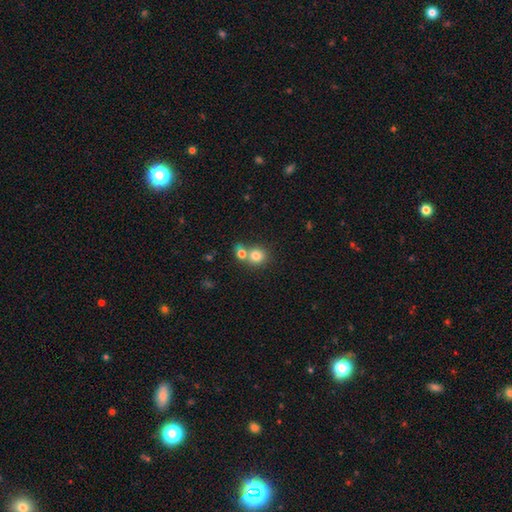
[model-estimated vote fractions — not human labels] A smooth galaxy with no disk features (79%) that is round (84%). Merging: merger (46%).